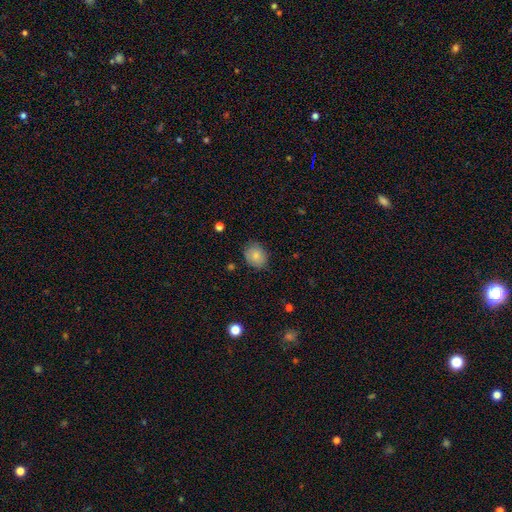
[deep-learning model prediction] Overall: smooth (82%). How rounded: round (53%; in between 46%). Merging: none (80%).